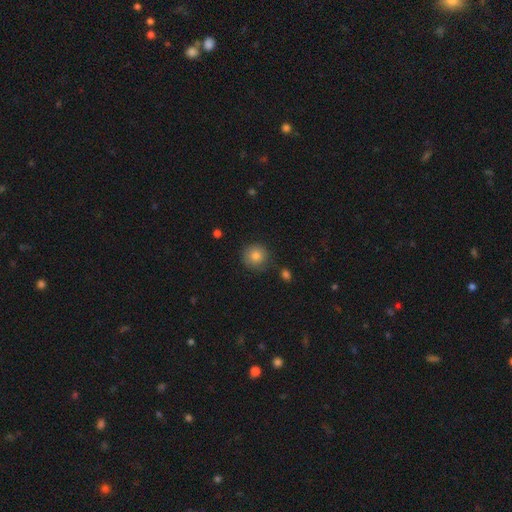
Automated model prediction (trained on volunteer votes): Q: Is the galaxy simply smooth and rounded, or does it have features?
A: smooth — 83%.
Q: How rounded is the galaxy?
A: round — 93%.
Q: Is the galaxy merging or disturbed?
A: none — 82%.